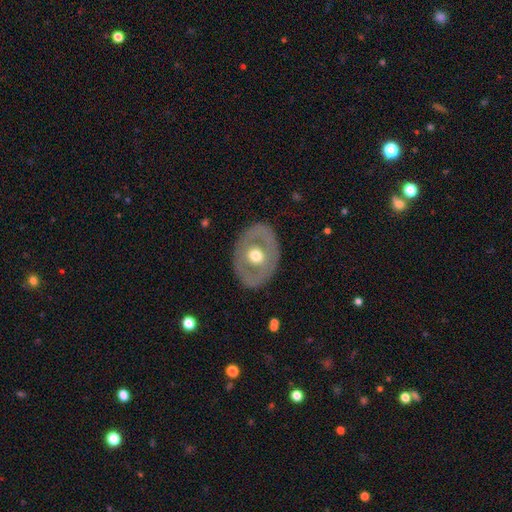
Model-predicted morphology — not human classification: The model was most divided on "smooth or featured": featured or disk: 57%, smooth: 38%, star or artifact: 5%. More confident: edge-on disk — no (92%); spiral arms — no (89%); bar — no (85%); merging — none (83%); bulge size — moderate (75%).